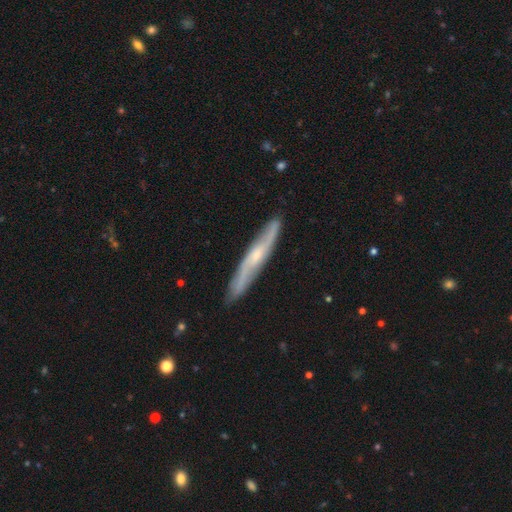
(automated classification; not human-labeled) Smooth or featured? Predicted: featured or disk (p=0.70). Edge-on disk? Predicted: yes (p=0.64). Merging? Predicted: none (p=0.85).